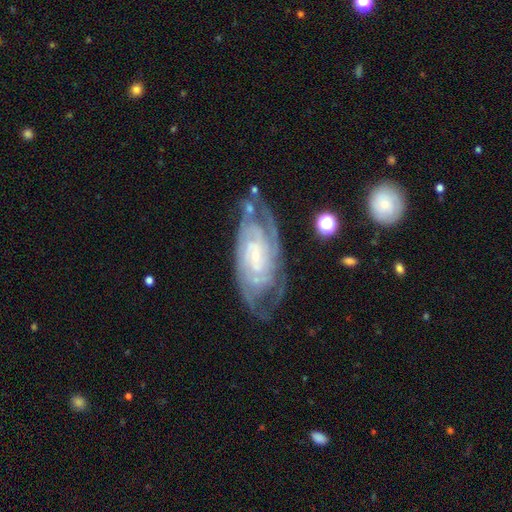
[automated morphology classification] Smooth or featured? featured or disk (87%)
Edge-on disk? no (94%)
Bar? no (57%)
Spiral arms? yes (96%)
Spiral winding? tight (69%)
Spiral arm count? can't tell (32%)
Bulge size? small (80%)
Merging? none (65%)